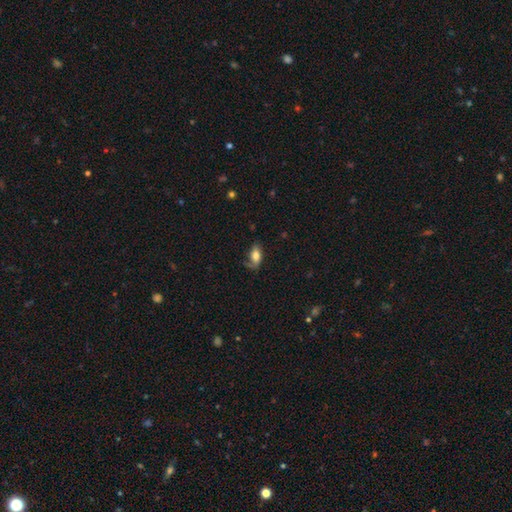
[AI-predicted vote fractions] This appears to be a smooth galaxy with no disk features (71%) that is in between round and cigar-shaped (86%). Merging: none (55%).